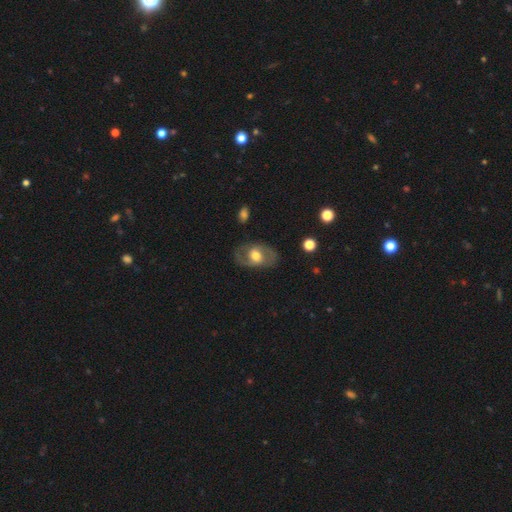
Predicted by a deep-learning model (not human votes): Smooth or featured? Predicted: featured or disk (p=0.64). Edge-on disk? Predicted: no (p=0.93). Bar? Predicted: no (p=0.53). Spiral arms? Predicted: yes (p=0.64). Bulge size? Predicted: moderate (p=0.62). Merging? Predicted: none (p=0.77).